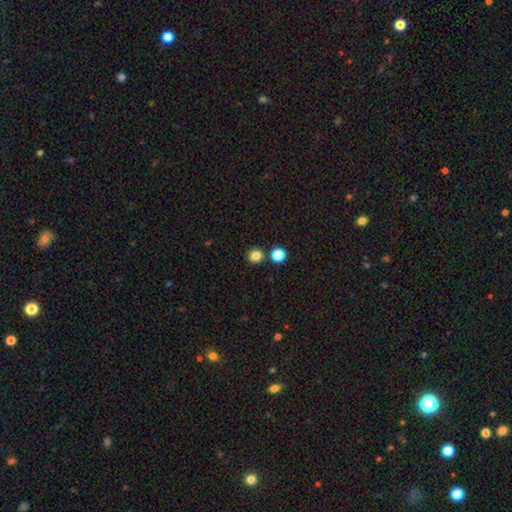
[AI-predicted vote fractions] Smooth or featured? Predicted: smooth (p=0.83). How rounded? Predicted: round (p=0.92). Merging? Predicted: none (p=0.84).